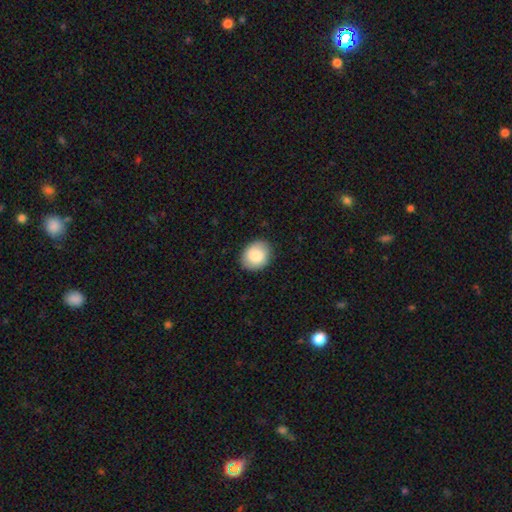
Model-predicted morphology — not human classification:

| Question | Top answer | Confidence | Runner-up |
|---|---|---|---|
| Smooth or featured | smooth | 82% | featured or disk (12%) |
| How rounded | round | 54% | in between (45%) |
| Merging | none | 86% | minor disturbance (11%) |